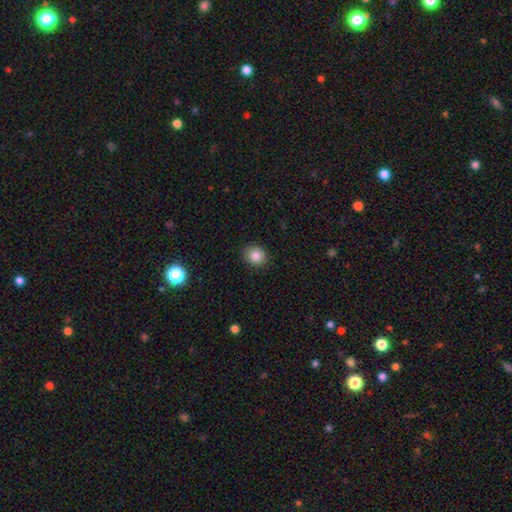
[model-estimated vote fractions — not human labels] Overall: smooth (85%). How rounded: round (70%). Merging: none (89%).